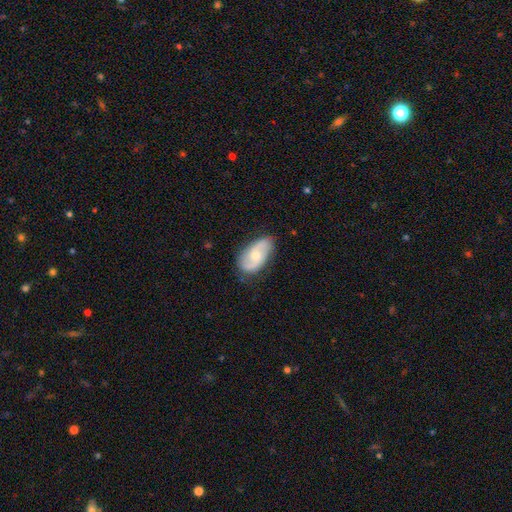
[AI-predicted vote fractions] Smooth or featured? featured or disk (69%)
Edge-on disk? no (96%)
Bar? no (61%)
Spiral arms? yes (92%)
Spiral winding? medium (45%)
Spiral arm count? 2 (85%)
Bulge size? moderate (52%)
Merging? none (77%)